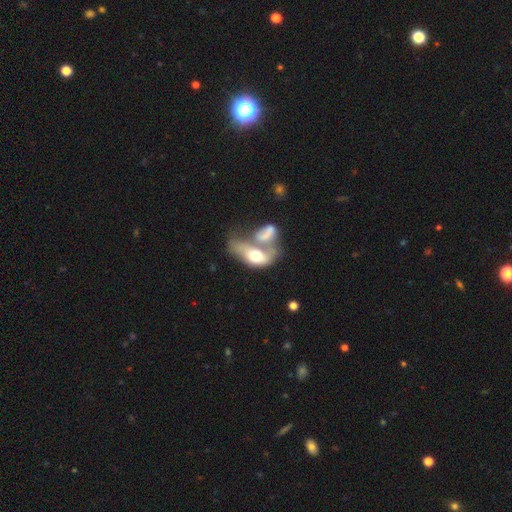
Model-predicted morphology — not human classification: The model was most divided on "smooth or featured": smooth: 53%, featured or disk: 39%, star or artifact: 8%. More confident: how rounded — in between (84%); merging — merger (61%).